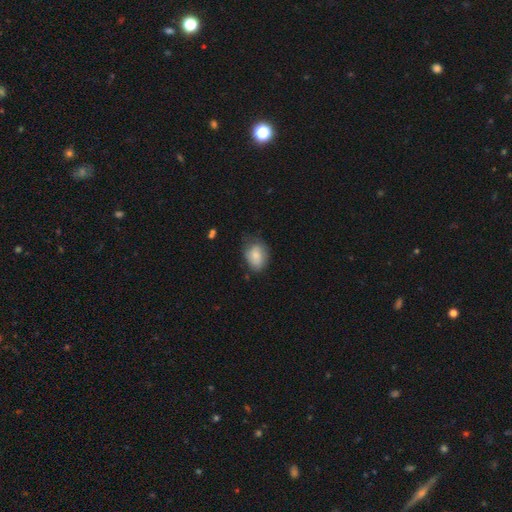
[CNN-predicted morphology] The model was most divided on "merging": none: 58%, minor disturbance: 31%, major disturbance: 9%, merger: 2%. More confident: smooth or featured — smooth (80%); how rounded — in between (74%).